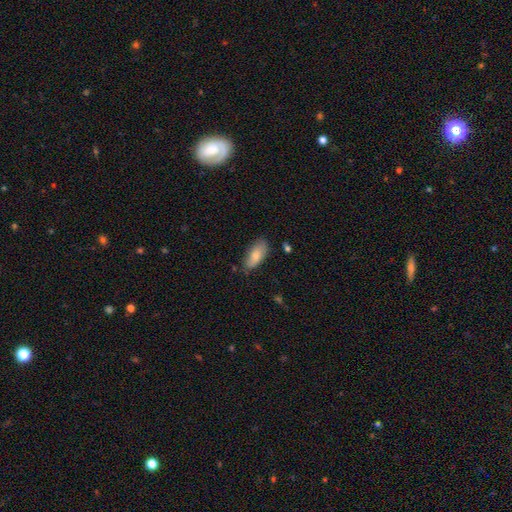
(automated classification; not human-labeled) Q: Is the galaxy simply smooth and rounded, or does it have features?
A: smooth — 78%.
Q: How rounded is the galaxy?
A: in between — 87%.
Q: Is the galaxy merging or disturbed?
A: none — 72%.